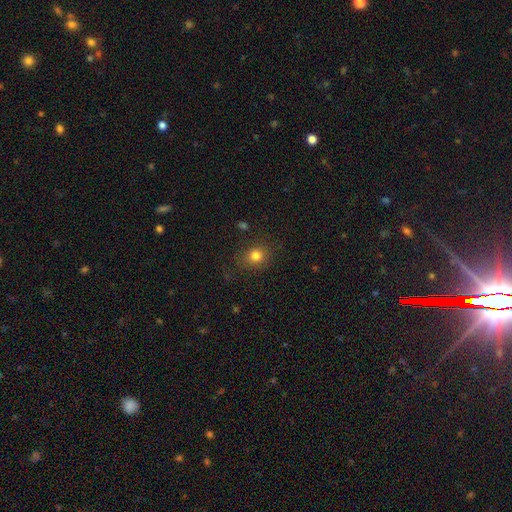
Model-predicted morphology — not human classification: Smooth or featured? Predicted: smooth (p=0.80). How rounded? Predicted: round (p=0.69). Merging? Predicted: none (p=0.84).